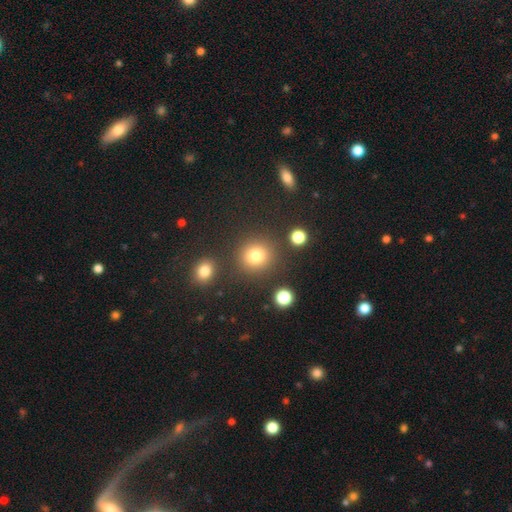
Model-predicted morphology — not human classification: type=smooth (78%); roundness=round (88%); merging=none (83%).